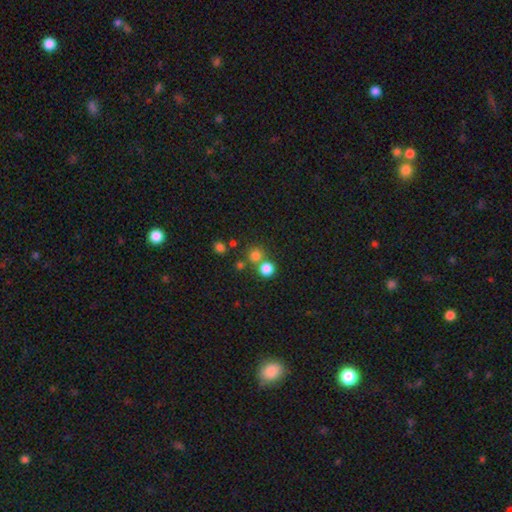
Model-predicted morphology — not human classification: Smooth or featured?
  - smooth: 76% *
  - star or artifact: 17%
  - featured or disk: 7%
How rounded?
  - round: 91% *
  - in between: 8%
  - cigar-shaped: 1%
Merging?
  - none: 66% *
  - merger: 24%
  - minor disturbance: 6%
  - major disturbance: 3%